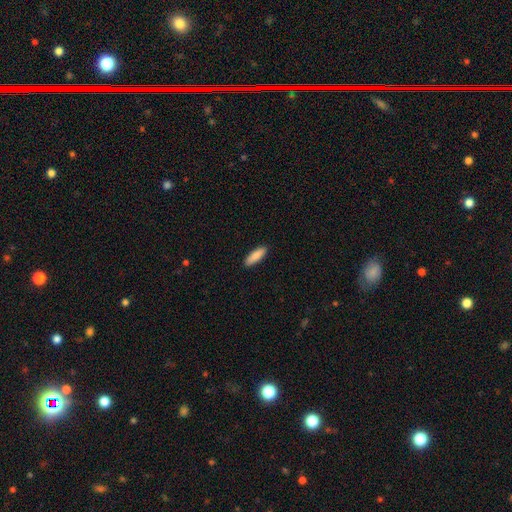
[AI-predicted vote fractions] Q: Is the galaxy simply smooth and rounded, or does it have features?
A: smooth — 87%.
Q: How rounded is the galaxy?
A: cigar-shaped — 53%.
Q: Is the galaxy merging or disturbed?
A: none — 90%.